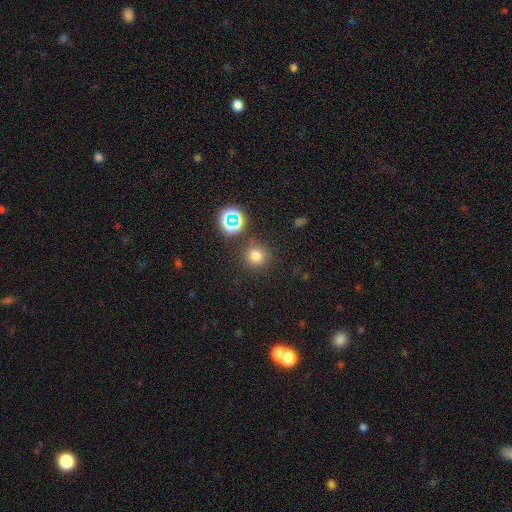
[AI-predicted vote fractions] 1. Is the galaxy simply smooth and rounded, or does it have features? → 74% smooth, 20% star or artifact, 6% featured or disk.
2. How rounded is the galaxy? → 94% round, 5% in between, 1% cigar-shaped.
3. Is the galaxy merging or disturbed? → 85% none, 8% minor disturbance, 4% merger, 3% major disturbance.